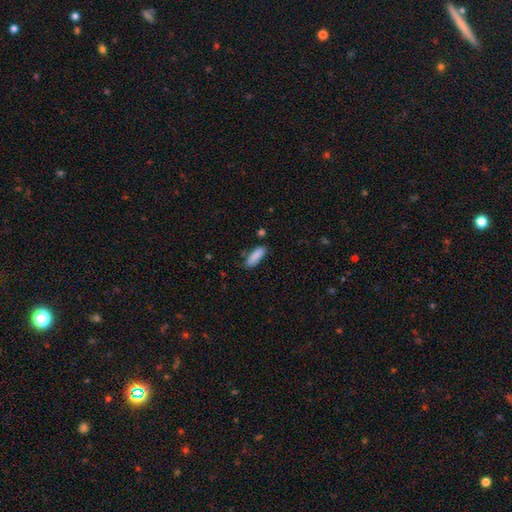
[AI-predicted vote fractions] Overall: smooth (88%). How rounded: in between (57%; cigar-shaped 41%). Merging: none (78%).